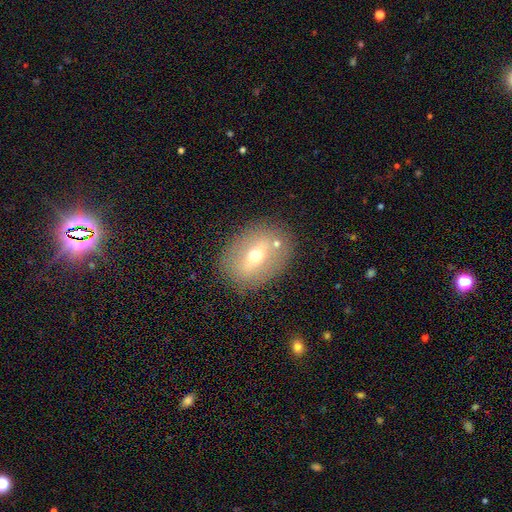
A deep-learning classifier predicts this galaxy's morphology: This is possibly a featured or disk galaxy (46%). Merging: likely none (80%).